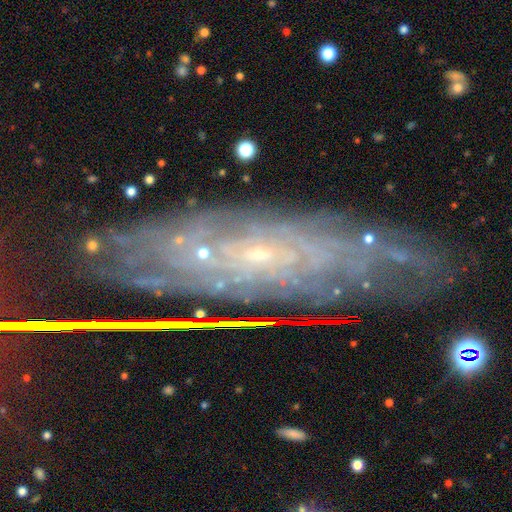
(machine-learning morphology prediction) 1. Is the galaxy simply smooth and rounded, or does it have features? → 76% featured or disk, 12% smooth, 12% star or artifact.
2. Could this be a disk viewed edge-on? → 81% no, 19% yes.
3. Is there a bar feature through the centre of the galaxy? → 68% no, 24% weak, 8% strong.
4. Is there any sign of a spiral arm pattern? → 88% yes, 12% no.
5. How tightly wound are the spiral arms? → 72% tight, 21% medium, 7% loose.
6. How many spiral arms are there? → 56% can't tell, 12% 2, 9% 4, 9% more than 4, 9% 3, 6% 1.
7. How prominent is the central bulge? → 84% small, 10% moderate, 3% none, 1% large, 1% dominant.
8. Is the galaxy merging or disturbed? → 74% none, 17% minor disturbance, 7% major disturbance, 2% merger.